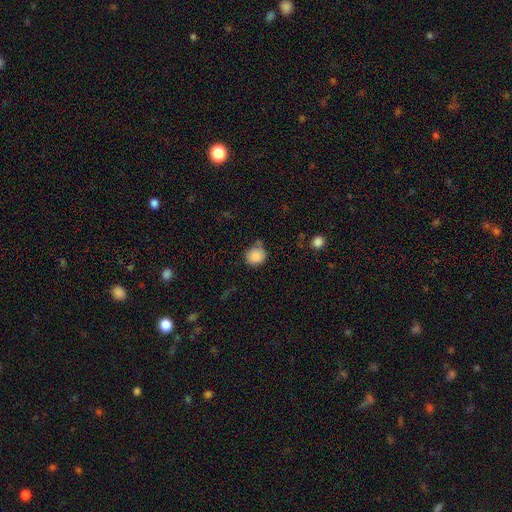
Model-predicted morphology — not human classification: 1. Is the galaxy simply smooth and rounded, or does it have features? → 85% smooth, 9% star or artifact, 6% featured or disk.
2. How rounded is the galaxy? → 84% round, 15% in between, 1% cigar-shaped.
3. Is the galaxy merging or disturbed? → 70% none, 19% minor disturbance, 7% merger, 4% major disturbance.